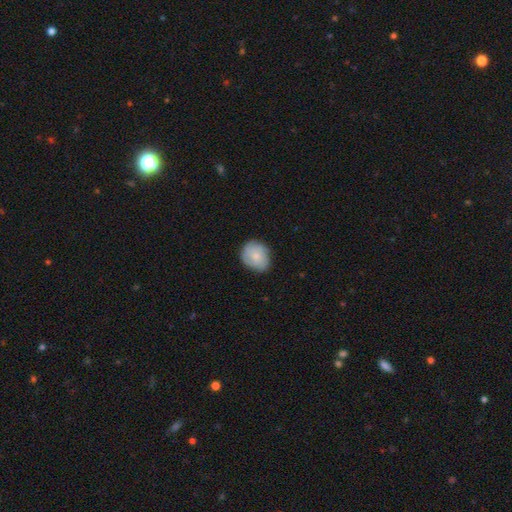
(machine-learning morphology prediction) This is likely a smooth galaxy (67%). How rounded: likely round (65%). Merging: likely none (75%).